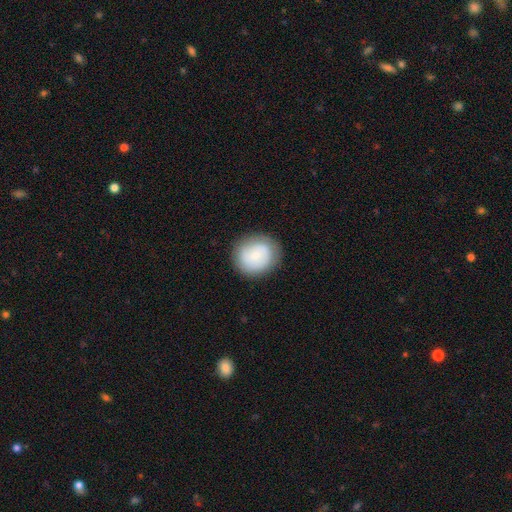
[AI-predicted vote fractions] Smooth or featured: smooth — 69% (featured or disk — 24%)
How rounded: round — 81% (in between — 18%)
Merging: none — 83% (minor disturbance — 12%)